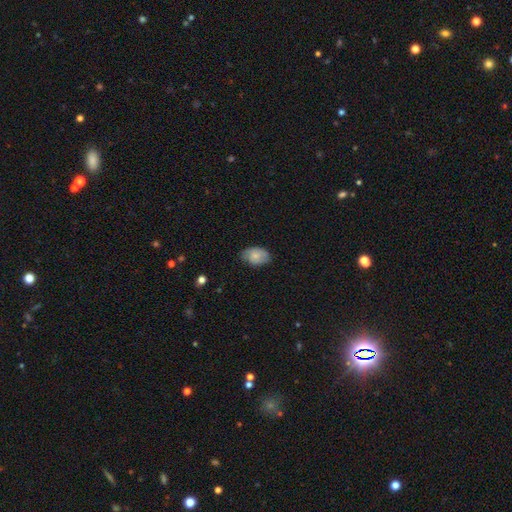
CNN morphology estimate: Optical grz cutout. It shows a smooth galaxy with no disk features (72%) that is in between round and cigar-shaped (86%). Merging: none (71%).